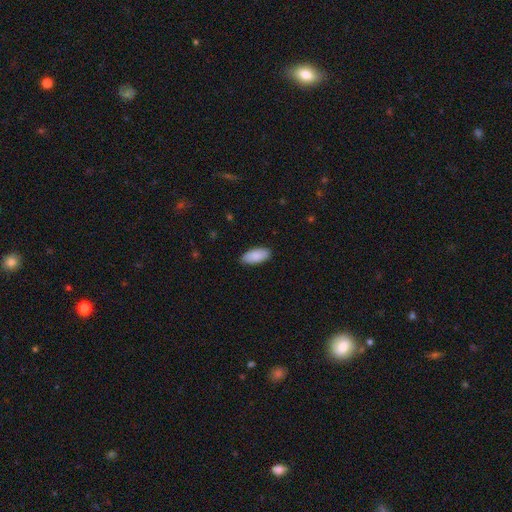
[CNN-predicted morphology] Smooth or featured? Predicted: smooth (p=0.89). How rounded? Predicted: in between (p=0.91). Merging? Predicted: none (p=0.88).